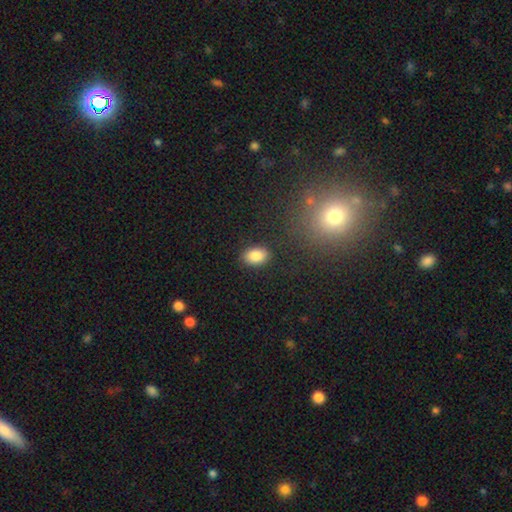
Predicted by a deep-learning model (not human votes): Morphology: type=smooth (86%); roundness=in between (84%); merging=none (87%).